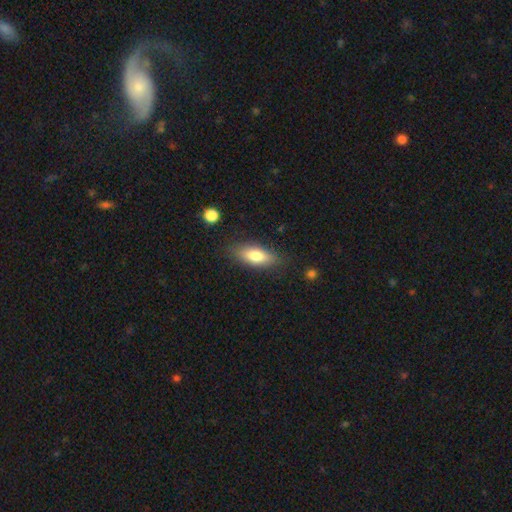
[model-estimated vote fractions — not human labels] Overall: smooth (77%). How rounded: in between (72%). Merging: none (82%).